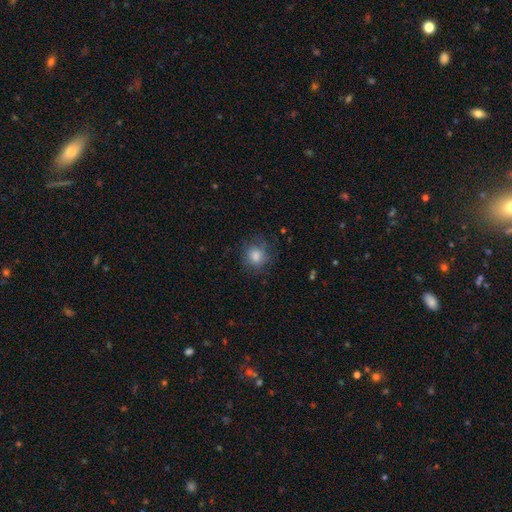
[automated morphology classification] Smooth or featured: smooth — 77% (featured or disk — 12%)
How rounded: round — 86% (in between — 13%)
Merging: none — 75% (minor disturbance — 16%)